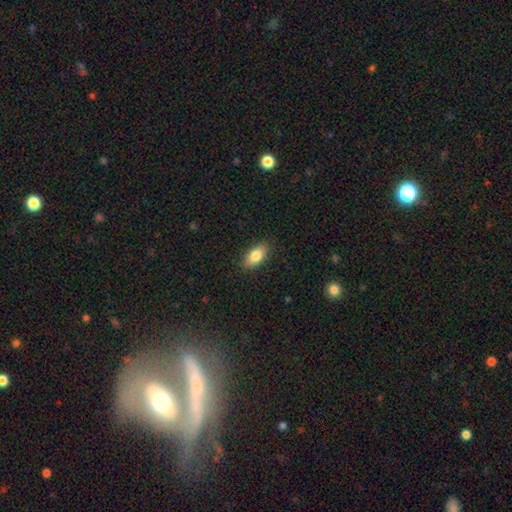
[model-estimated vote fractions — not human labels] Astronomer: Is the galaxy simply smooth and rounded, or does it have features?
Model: smooth — 84%.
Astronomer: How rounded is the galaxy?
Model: in between — 90%.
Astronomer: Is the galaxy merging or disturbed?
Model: none — 88%.